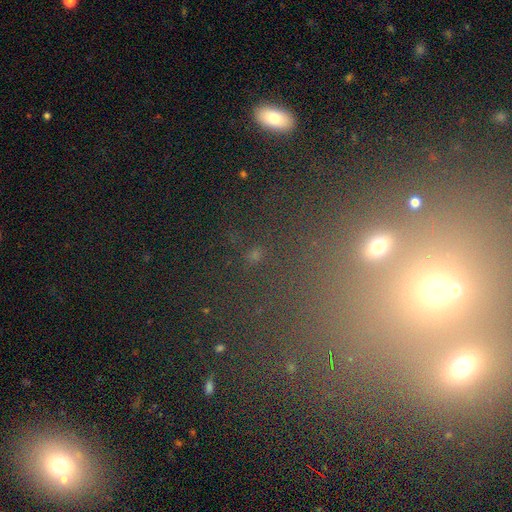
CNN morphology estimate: smooth-or-featured: star or artifact: 49% | smooth: 38% | featured or disk: 13%